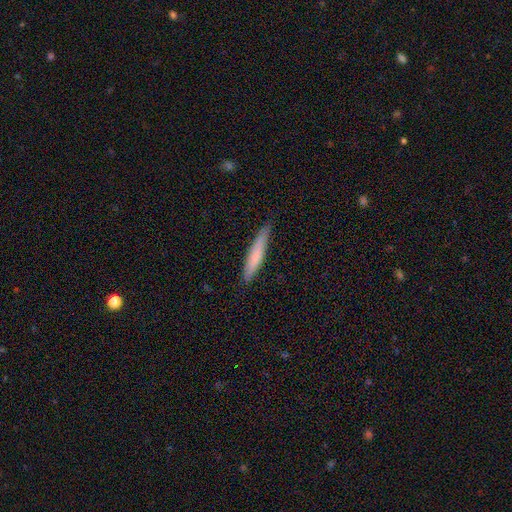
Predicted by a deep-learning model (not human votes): Smooth or featured? Predicted: smooth (p=0.73). How rounded? Predicted: cigar-shaped (p=0.93). Merging? Predicted: none (p=0.82).